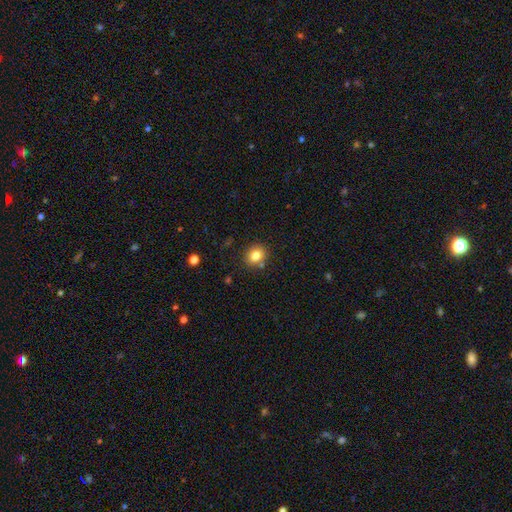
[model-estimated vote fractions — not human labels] smooth_or_featured: smooth (p=0.82) [alt: star or artifact p=0.11]
how_rounded: round (p=0.67) [alt: in between p=0.32]
merging: none (p=0.80) [alt: minor disturbance p=0.10]